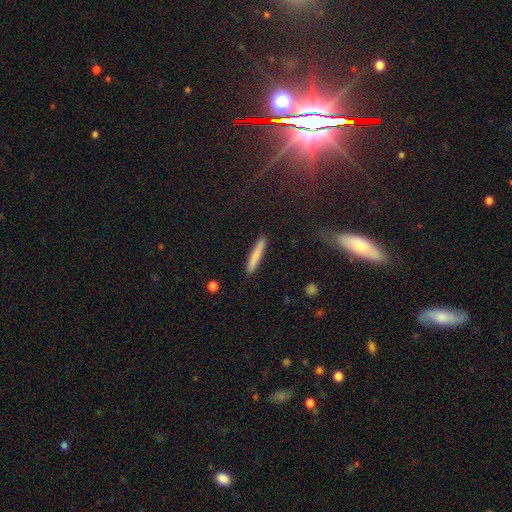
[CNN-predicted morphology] Smooth or featured?
  - smooth: 78% *
  - featured or disk: 16%
  - star or artifact: 6%
How rounded?
  - cigar-shaped: 95% *
  - in between: 4%
  - round: 1%
Merging?
  - none: 91% *
  - minor disturbance: 6%
  - major disturbance: 1%
  - merger: 1%